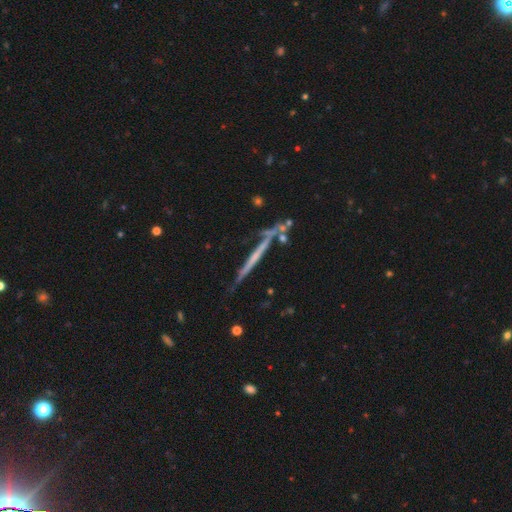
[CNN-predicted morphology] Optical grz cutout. It shows a featured or disk galaxy (65%) viewed edge-on (94%) with no central bulge (82%). Merging: none (71%).